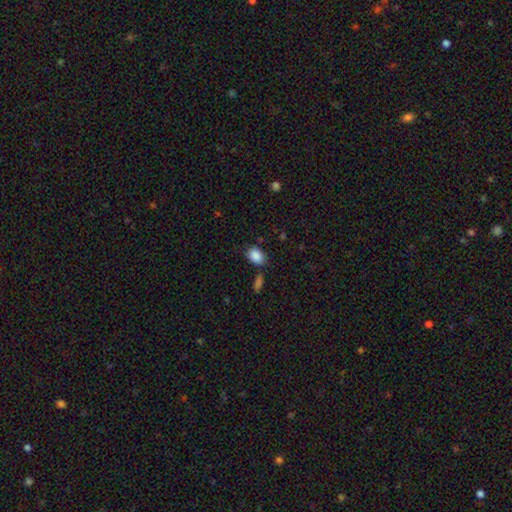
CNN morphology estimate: type=smooth (88%); roundness=in between (79%); merging=none (71%).